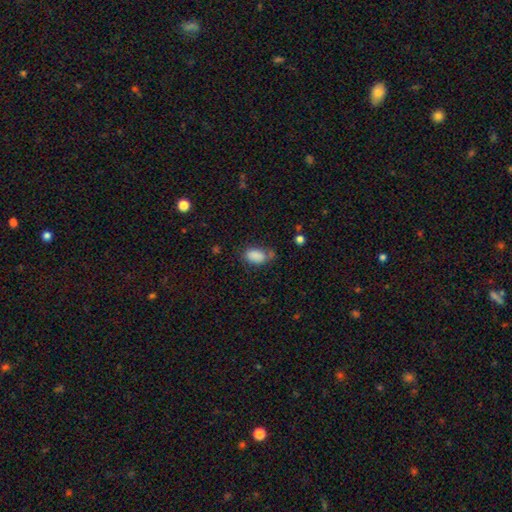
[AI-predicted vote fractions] smooth 86%, star or artifact 9%, featured or disk 6%. Down the decision tree: how rounded — in between (91%); merging — none (58%).